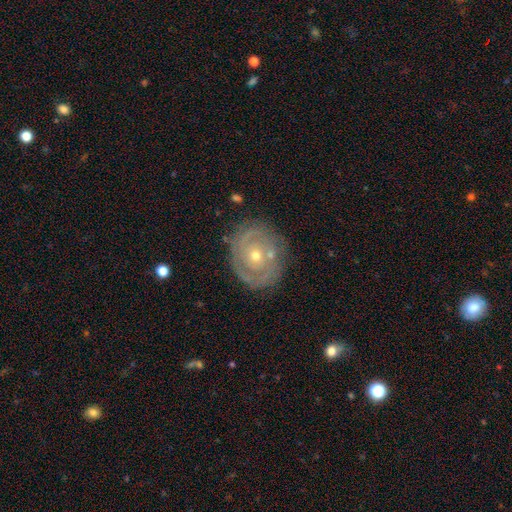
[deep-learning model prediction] This is likely a featured or disk galaxy (79%). It is clearly not viewed edge-on (97%). Bar: clearly no (84%). Spiral arm pattern: likely yes (78%). Spiral arm count: marginally 2 (38%). Spiral winding: likely tight (74%). Central bulge: possibly small (57%). Merging: likely none (74%).